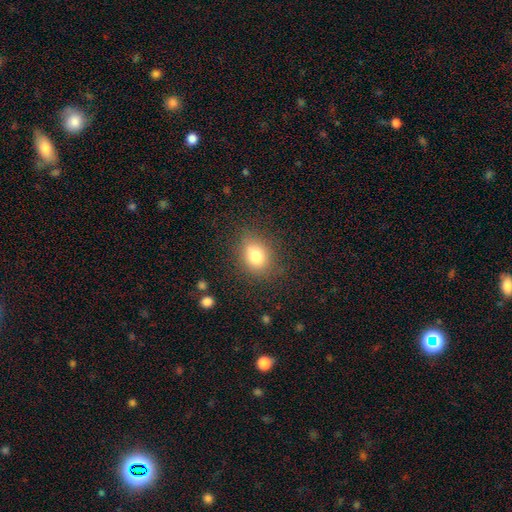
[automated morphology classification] smooth_or_featured: smooth (p=0.77) [alt: star or artifact p=0.11]
how_rounded: in between (p=0.55) [alt: round p=0.43]
merging: none (p=0.80) [alt: minor disturbance p=0.14]